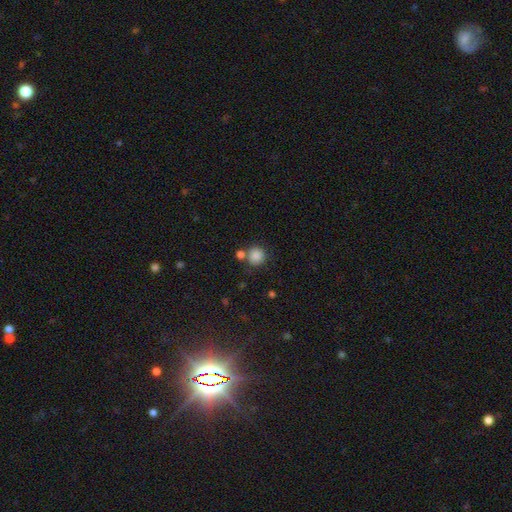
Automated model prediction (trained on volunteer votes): Overall: smooth (85%). How rounded: round (90%). Merging: none (68%).